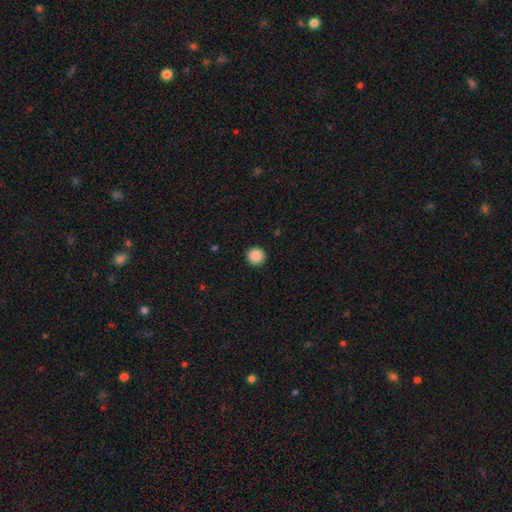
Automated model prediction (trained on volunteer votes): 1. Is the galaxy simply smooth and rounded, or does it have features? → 89% smooth, 9% star or artifact, 2% featured or disk.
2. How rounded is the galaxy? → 96% round, 3% in between, 1% cigar-shaped.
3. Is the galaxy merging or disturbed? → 93% none, 5% minor disturbance, 2% major disturbance, 1% merger.